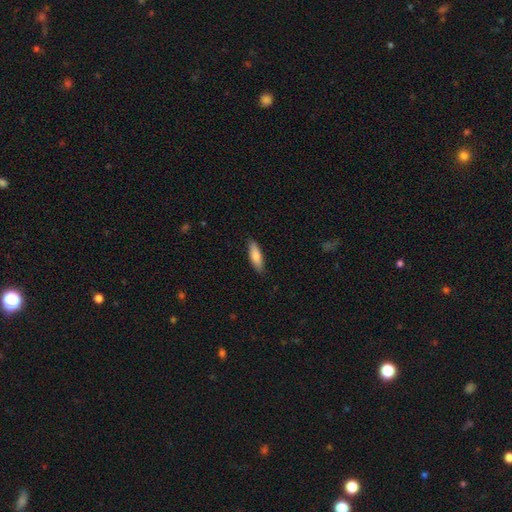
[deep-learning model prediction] Morphology: type=smooth (81%); roundness=in between (50%); merging=none (85%).